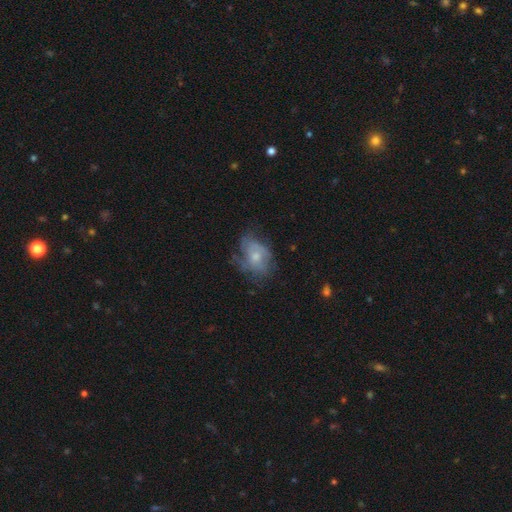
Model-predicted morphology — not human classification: A featured or disk galaxy (50%).

Vote fractions:
- Smooth or featured? featured or disk: 50% / smooth: 41% / star or artifact: 9%
- Merging? none: 48% / minor disturbance: 29% / major disturbance: 21% / merger: 2%